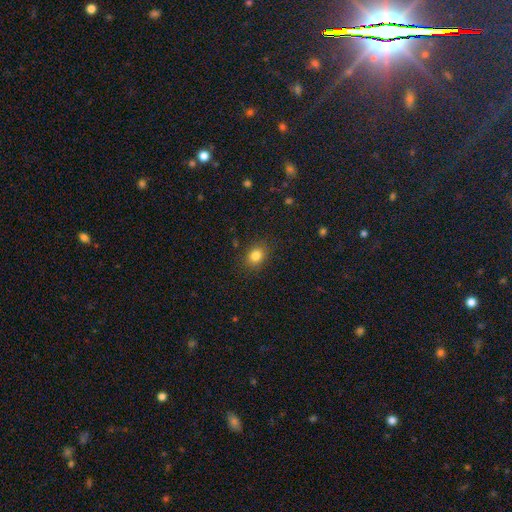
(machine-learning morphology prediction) Q: Smooth or featured?
A: smooth (83%); runner-up: star or artifact (11%)
Q: How rounded?
A: in between (54%); runner-up: round (45%)
Q: Merging?
A: none (85%); runner-up: minor disturbance (11%)